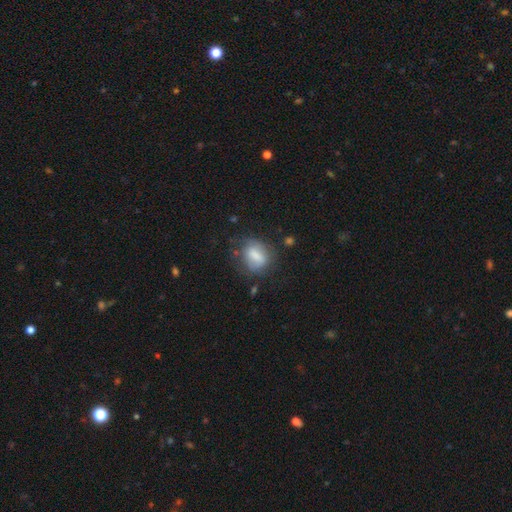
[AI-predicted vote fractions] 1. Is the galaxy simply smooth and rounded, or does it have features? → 66% smooth, 25% featured or disk, 9% star or artifact.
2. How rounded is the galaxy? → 62% in between, 33% round, 5% cigar-shaped.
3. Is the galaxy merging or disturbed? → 53% none, 27% minor disturbance, 16% major disturbance, 4% merger.